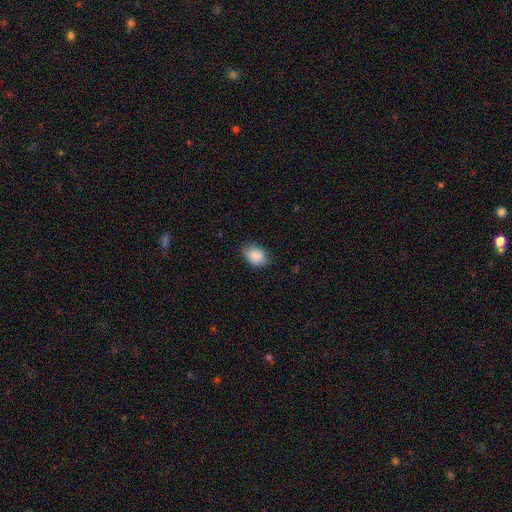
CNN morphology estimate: This appears to be a smooth galaxy with no disk features (87%) that is in between round and cigar-shaped (72%). Merging: none (78%).